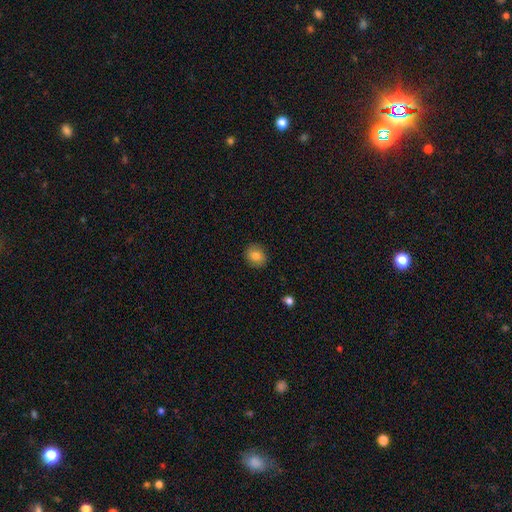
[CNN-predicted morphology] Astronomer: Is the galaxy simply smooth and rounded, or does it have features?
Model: smooth — 80%.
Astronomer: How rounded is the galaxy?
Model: round — 70%.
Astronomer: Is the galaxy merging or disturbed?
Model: none — 88%.